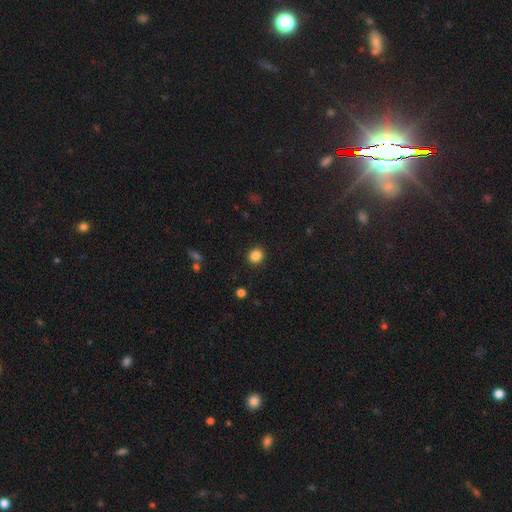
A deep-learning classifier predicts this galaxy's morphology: type=smooth (86%); roundness=round (77%); merging=none (91%).